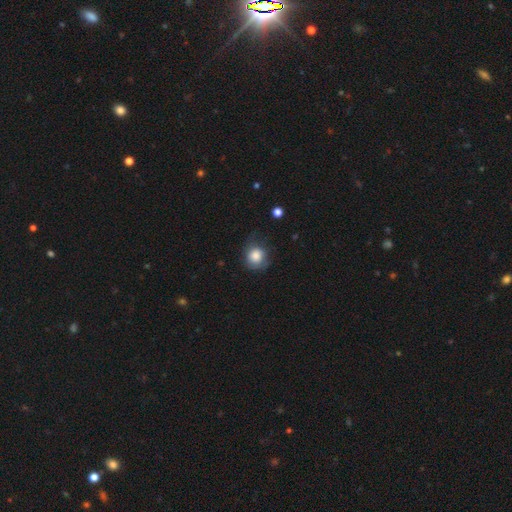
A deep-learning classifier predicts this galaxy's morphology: This appears to be a smooth galaxy with no disk features (81%) that is round (80%). Merging: none (56%).